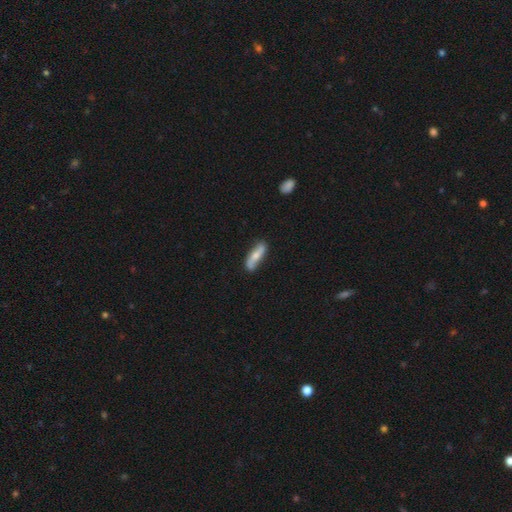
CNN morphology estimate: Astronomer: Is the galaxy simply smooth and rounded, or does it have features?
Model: featured or disk — 52% (runner-up: smooth, 43%).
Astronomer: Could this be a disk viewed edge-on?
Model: no — 66%.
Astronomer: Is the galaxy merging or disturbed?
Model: none — 75%.